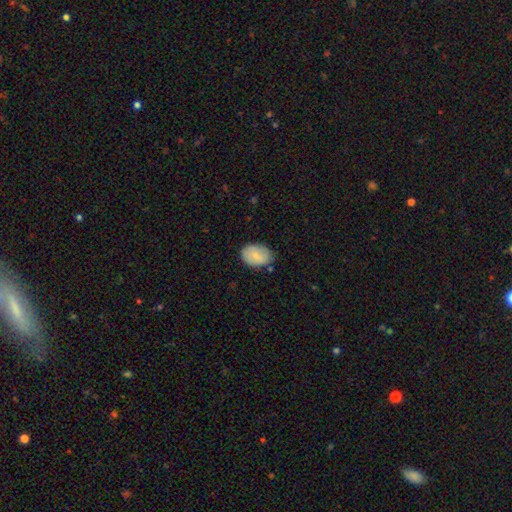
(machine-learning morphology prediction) Smooth or featured? Predicted: smooth (p=0.78). How rounded? Predicted: in between (p=0.79). Merging? Predicted: none (p=0.71).